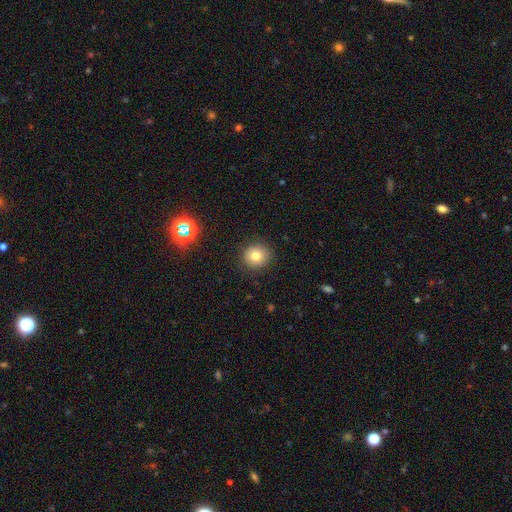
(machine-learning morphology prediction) Smooth or featured? smooth (77%)
How rounded? round (90%)
Merging? none (89%)